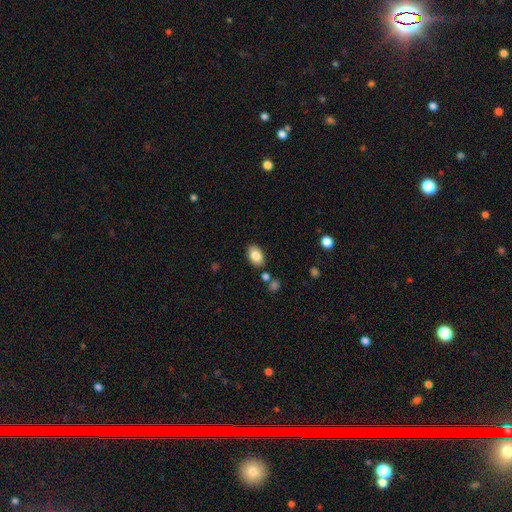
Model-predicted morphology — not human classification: The model was most divided on "merging": none: 83%, minor disturbance: 10%, merger: 4%, major disturbance: 2%. More confident: how rounded — in between (89%); smooth or featured — smooth (84%).